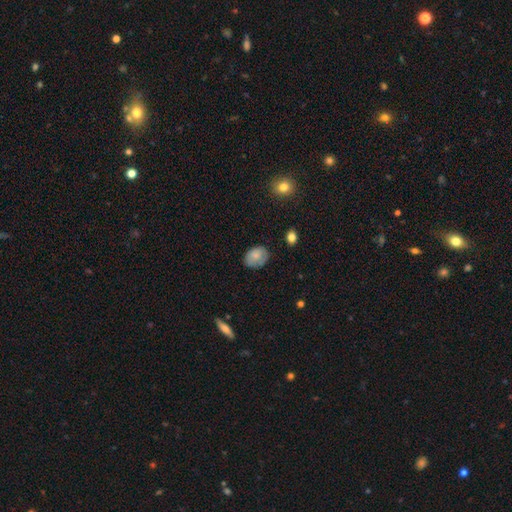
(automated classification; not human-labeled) The model was most divided on "merging": none: 68%, minor disturbance: 24%, major disturbance: 6%, merger: 2%. More confident: how rounded — in between (77%); smooth or featured — smooth (76%).